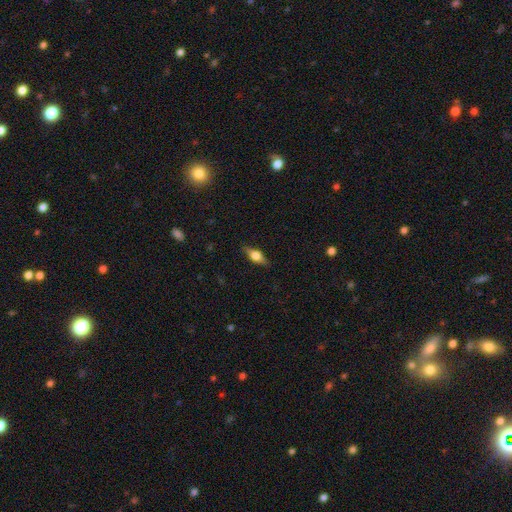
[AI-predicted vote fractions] A featured or disk galaxy (49%). Merging: none (84%).